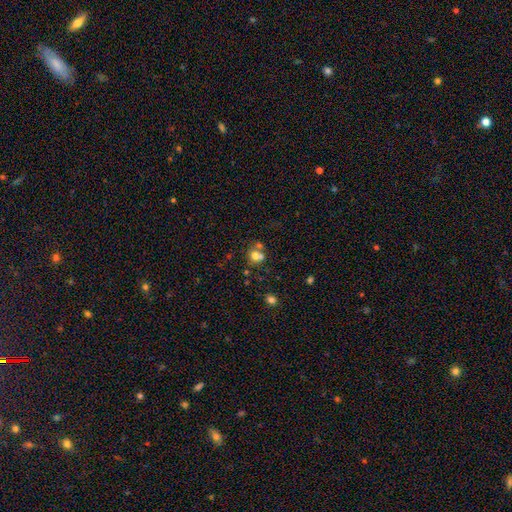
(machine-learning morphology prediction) A smooth galaxy with no disk features (68%) that is round (79%).

Vote fractions:
- Smooth or featured? smooth: 68% / featured or disk: 17% / star or artifact: 15%
- How rounded? round: 79% / in between: 20% / cigar-shaped: 1%
- Merging? merger: 45% / none: 43% / minor disturbance: 8% / major disturbance: 4%